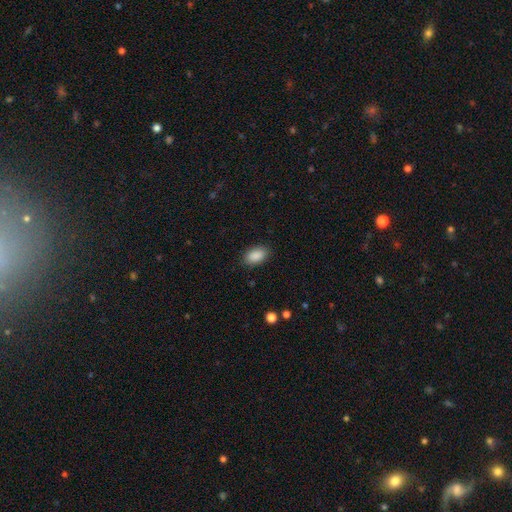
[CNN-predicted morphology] This appears to be a smooth galaxy with no disk features (90%) that is in between round and cigar-shaped (92%). Merging: none (87%).